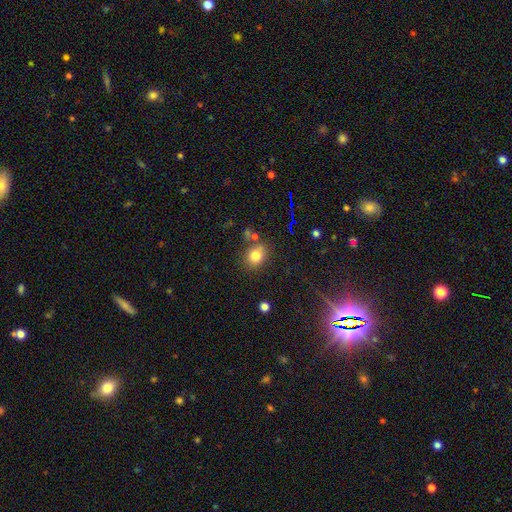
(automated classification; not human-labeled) Smooth or featured? smooth (78%)
How rounded? round (60%)
Merging? none (73%)